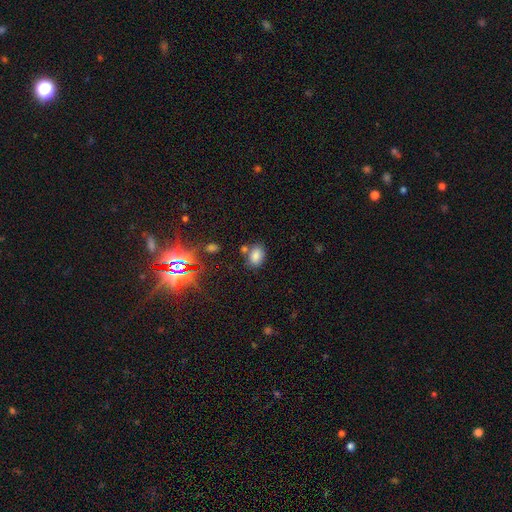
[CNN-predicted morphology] smooth_or_featured: smooth (p=0.77) [alt: star or artifact p=0.16]
how_rounded: in between (p=0.77) [alt: round p=0.22]
merging: none (p=0.70) [alt: minor disturbance p=0.13]